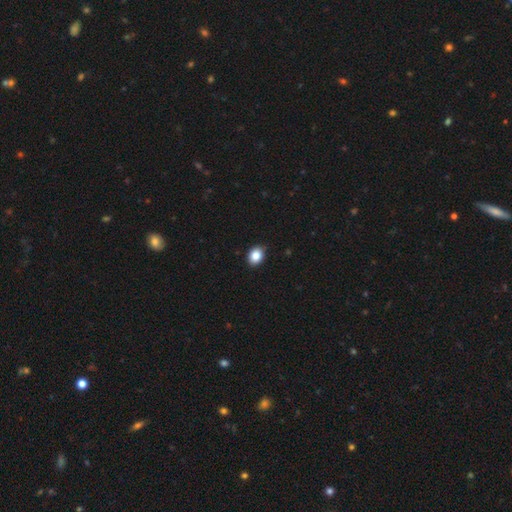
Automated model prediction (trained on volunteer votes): Q: Smooth or featured?
A: smooth (86%); runner-up: star or artifact (9%)
Q: How rounded?
A: in between (54%); runner-up: round (45%)
Q: Merging?
A: none (89%); runner-up: minor disturbance (9%)